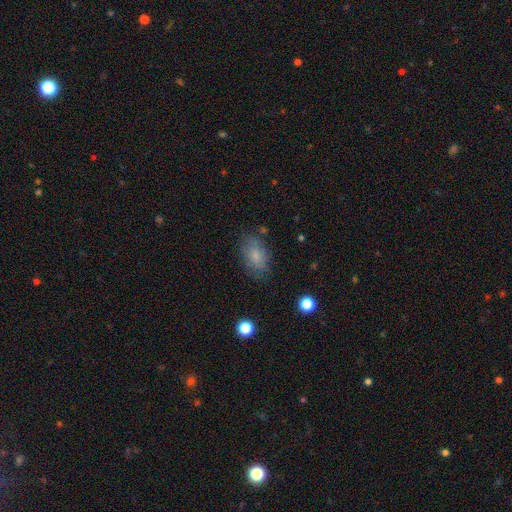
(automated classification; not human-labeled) A smooth galaxy with no disk features (75%) that is in between round and cigar-shaped (86%). Merging: none (72%).